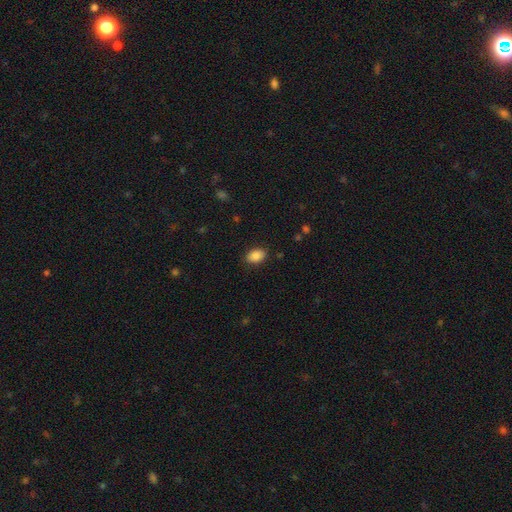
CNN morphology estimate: This is clearly a smooth galaxy (87%). How rounded: clearly in between (86%). Merging: clearly none (86%).